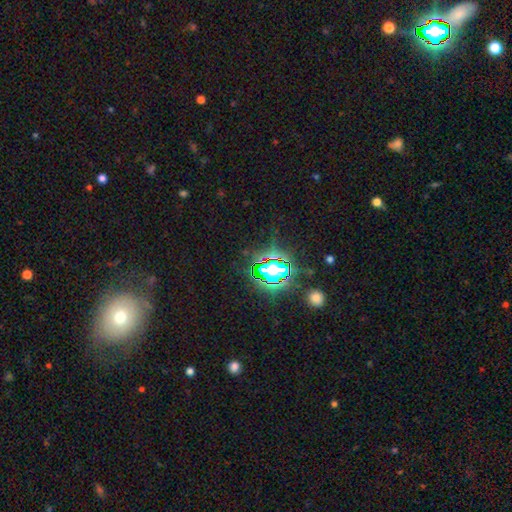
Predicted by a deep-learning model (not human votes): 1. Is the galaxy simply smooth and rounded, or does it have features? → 77% star or artifact, 14% smooth, 9% featured or disk.